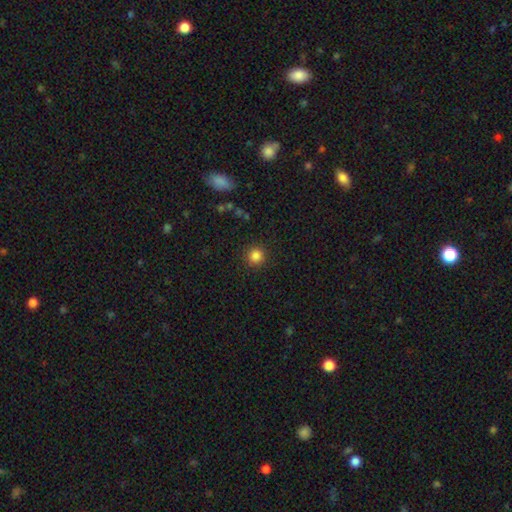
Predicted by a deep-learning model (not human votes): The model was most divided on "smooth or featured": smooth: 84%, star or artifact: 12%, featured or disk: 4%. More confident: how rounded — round (94%); merging — none (90%).